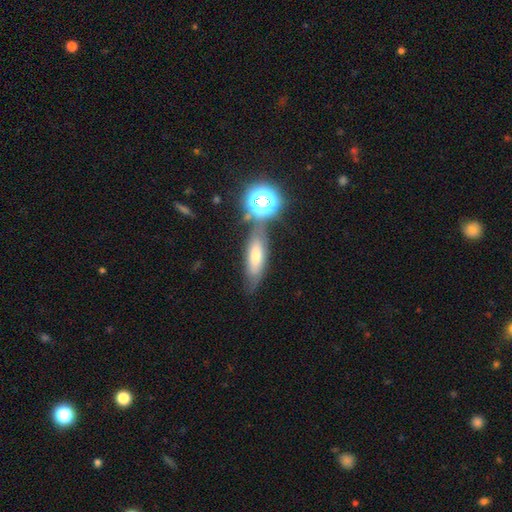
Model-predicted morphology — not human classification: Overall: smooth (55%; featured or disk 26%). How rounded: in between (51%; cigar-shaped 40%). Merging: none (65%).